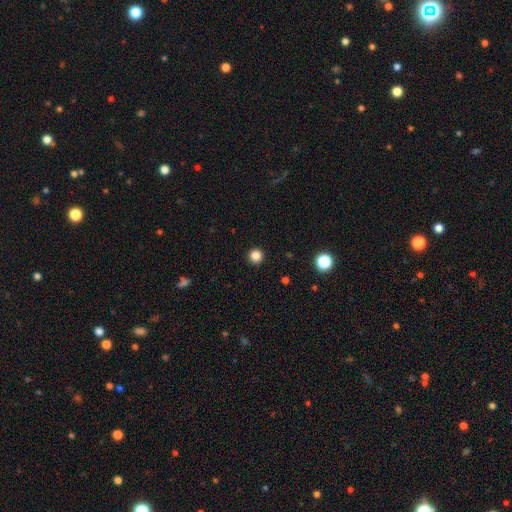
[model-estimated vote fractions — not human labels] This is clearly a smooth galaxy (84%). How rounded: clearly round (96%). Merging: clearly none (93%).